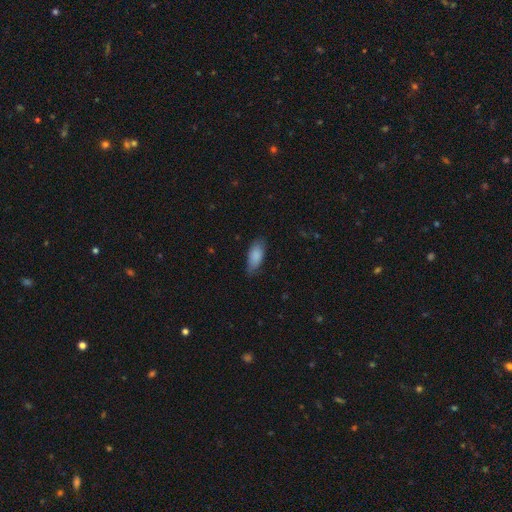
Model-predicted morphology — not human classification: A smooth galaxy with no disk features (86%) that is in between round and cigar-shaped (85%). Merging: none (69%).